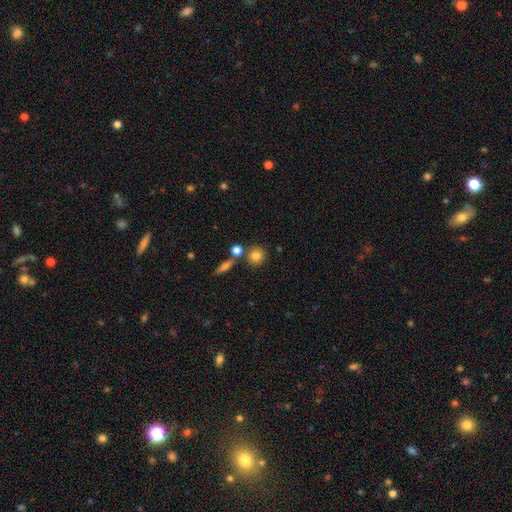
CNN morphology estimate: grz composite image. It shows a smooth galaxy with no disk features (81%) that is round (87%). Merging: none (72%).